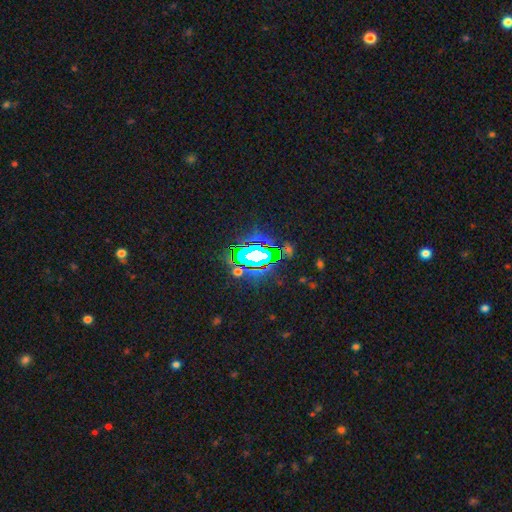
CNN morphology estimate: smooth_or_featured: star or artifact (p=0.68) [alt: smooth p=0.17]